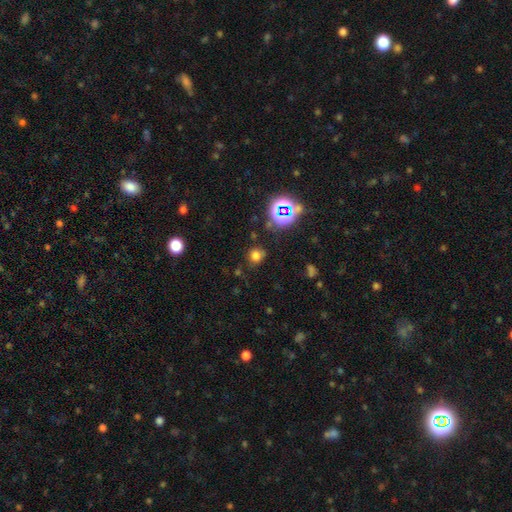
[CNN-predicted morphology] Q: Smooth or featured?
A: smooth (69%); runner-up: star or artifact (25%)
Q: How rounded?
A: round (79%); runner-up: in between (20%)
Q: Merging?
A: none (78%); runner-up: minor disturbance (14%)